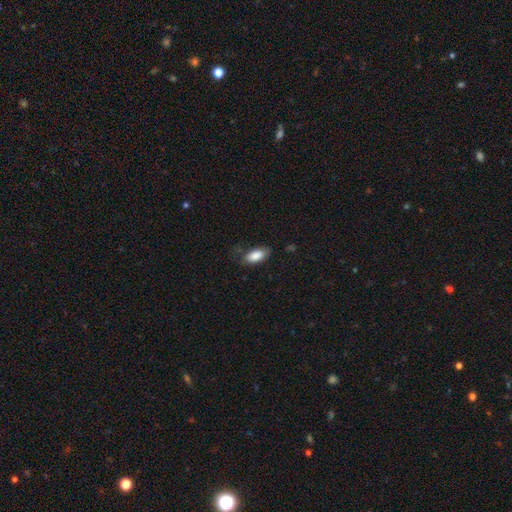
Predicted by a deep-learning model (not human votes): Smooth or featured?
  - smooth: 86% *
  - featured or disk: 8%
  - star or artifact: 6%
How rounded?
  - in between: 89% *
  - cigar-shaped: 9%
  - round: 2%
Merging?
  - none: 67% *
  - minor disturbance: 25%
  - major disturbance: 7%
  - merger: 2%